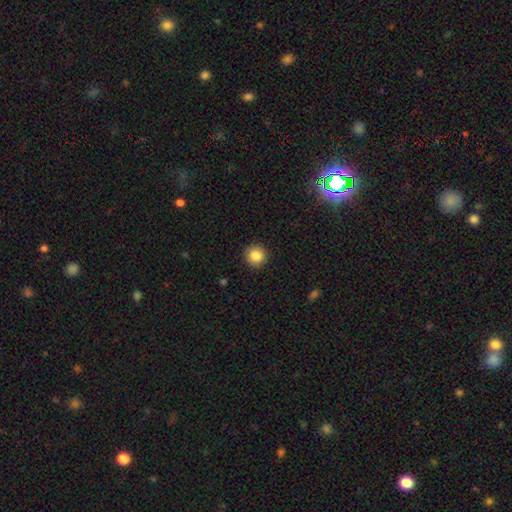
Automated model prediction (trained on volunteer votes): Smooth or featured?
  - smooth: 86% *
  - star or artifact: 9%
  - featured or disk: 5%
How rounded?
  - round: 94% *
  - in between: 5%
  - cigar-shaped: 1%
Merging?
  - none: 92% *
  - minor disturbance: 6%
  - major disturbance: 2%
  - merger: 1%